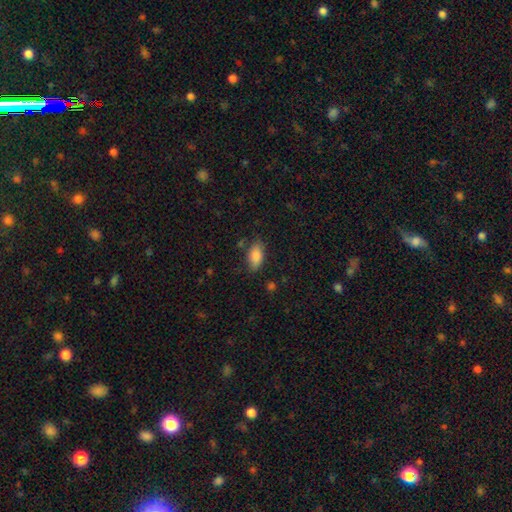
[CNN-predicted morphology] This appears to be a smooth galaxy with no disk features (85%) that is in between round and cigar-shaped (90%). Merging: none (77%).